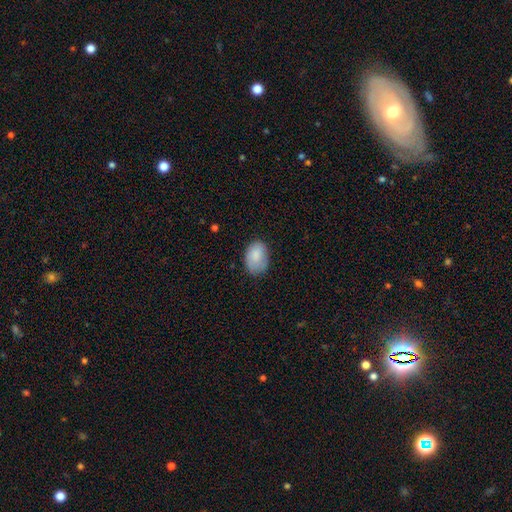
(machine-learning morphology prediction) Smooth or featured: smooth — 85% (featured or disk — 9%)
How rounded: in between — 82% (round — 17%)
Merging: none — 70% (minor disturbance — 23%)